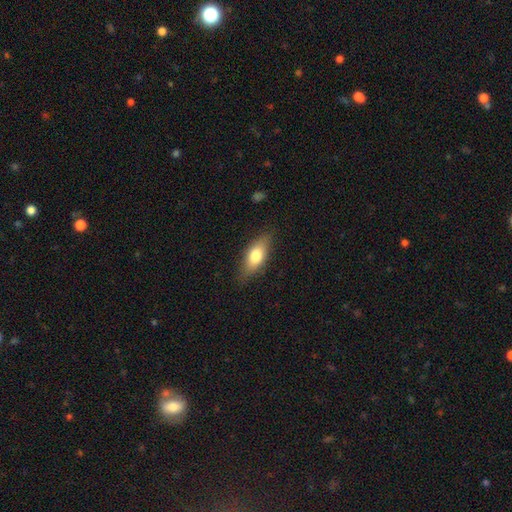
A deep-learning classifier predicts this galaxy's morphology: This is likely a smooth galaxy (72%). How rounded: likely in between (77%). Merging: clearly none (82%).